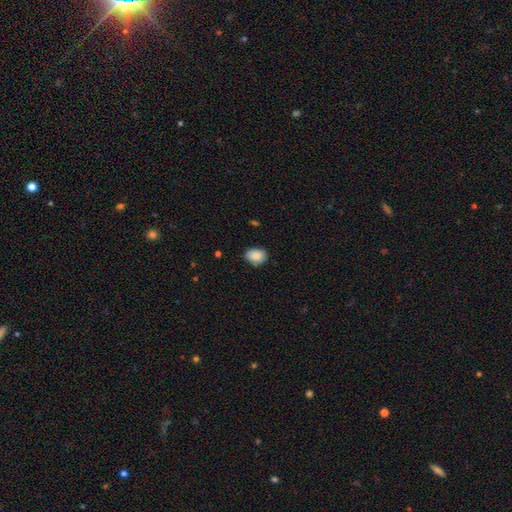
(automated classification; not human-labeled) Q: Smooth or featured?
A: smooth (87%); runner-up: star or artifact (7%)
Q: How rounded?
A: in between (69%); runner-up: round (30%)
Q: Merging?
A: none (78%); runner-up: minor disturbance (18%)